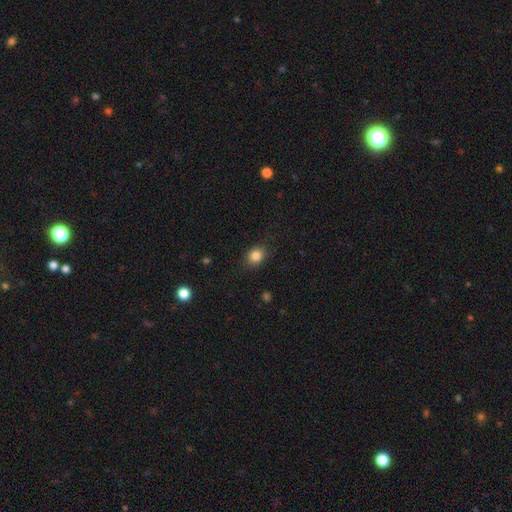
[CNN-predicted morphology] Smooth or featured: smooth — 84% (star or artifact — 10%)
How rounded: round — 53% (in between — 46%)
Merging: none — 83% (minor disturbance — 12%)